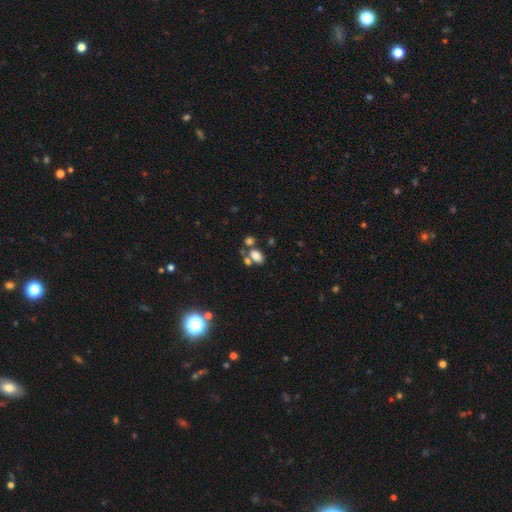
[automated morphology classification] This appears to be a smooth galaxy with no disk features (78%) that is in between round and cigar-shaped (87%). Merging: none (52%).